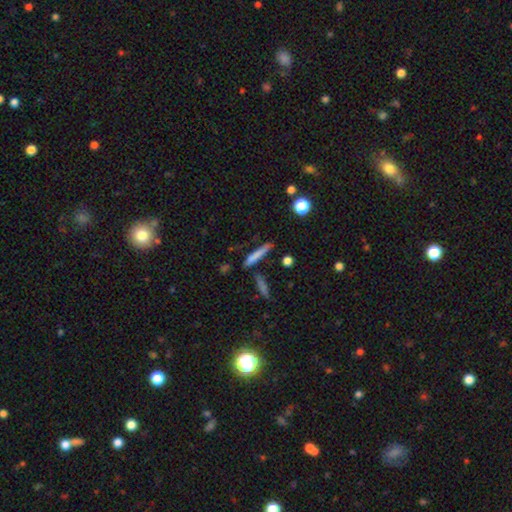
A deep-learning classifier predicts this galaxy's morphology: Overall: smooth (70%). How rounded: cigar-shaped (91%). Merging: none (74%).